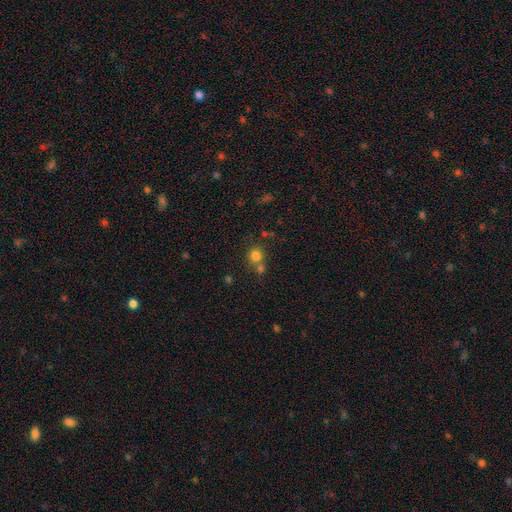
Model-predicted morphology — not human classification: smooth_or_featured: smooth (p=0.78) [alt: star or artifact p=0.15]
how_rounded: round (p=0.86) [alt: in between p=0.13]
merging: none (p=0.57) [alt: merger p=0.31]